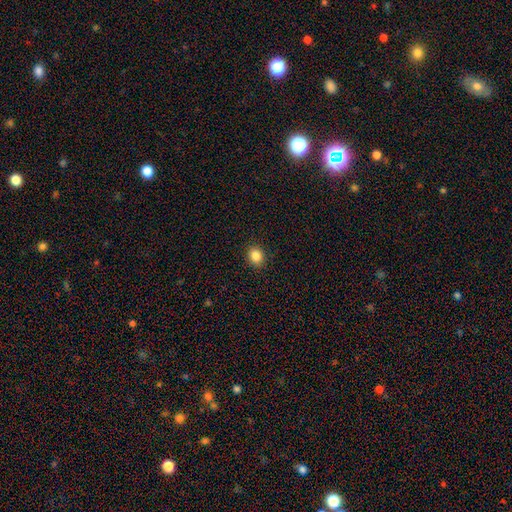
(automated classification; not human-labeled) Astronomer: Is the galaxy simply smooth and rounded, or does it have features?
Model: smooth — 85%.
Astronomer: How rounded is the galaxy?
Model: round — 71%.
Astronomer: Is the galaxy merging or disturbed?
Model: none — 92%.